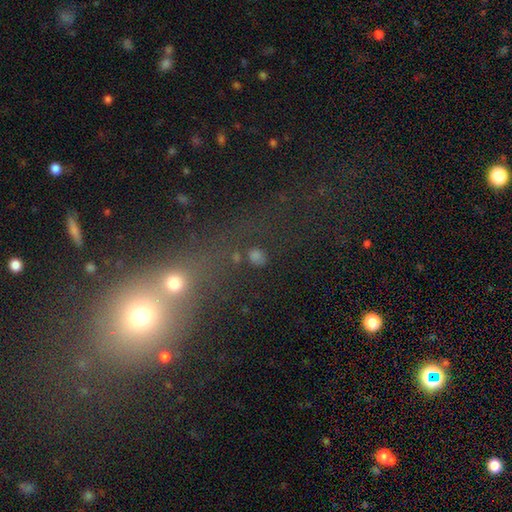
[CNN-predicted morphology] type=smooth (56%); roundness=round (67%); merging=none (63%).